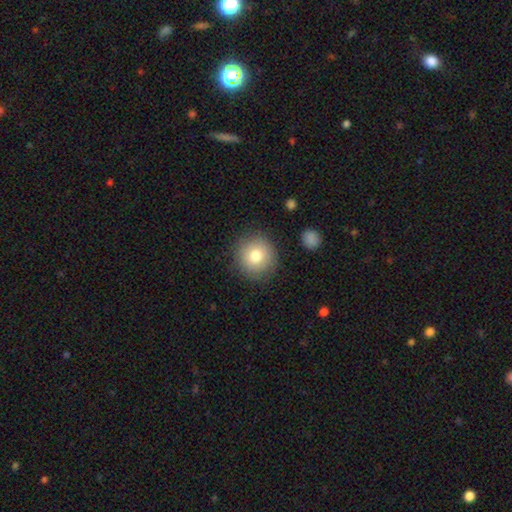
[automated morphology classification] This is likely a smooth galaxy (77%). How rounded: clearly round (92%). Merging: clearly none (86%).